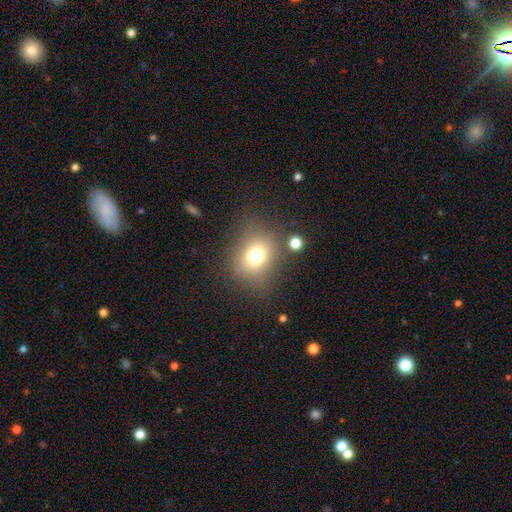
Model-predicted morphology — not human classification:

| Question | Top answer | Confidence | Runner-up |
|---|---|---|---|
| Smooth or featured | smooth | 74% | star or artifact (14%) |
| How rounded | round | 57% | in between (42%) |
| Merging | none | 73% | minor disturbance (14%) |